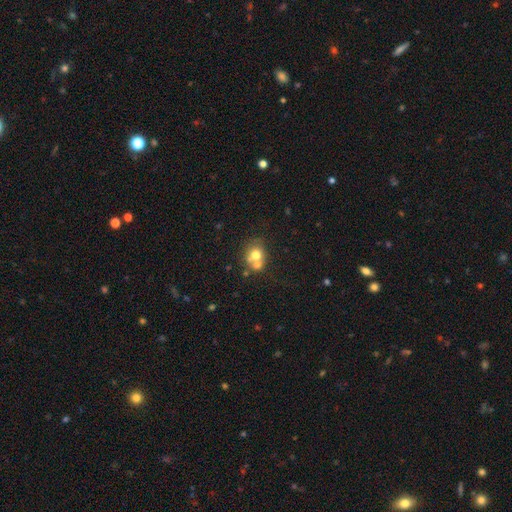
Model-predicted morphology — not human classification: Q: Smooth or featured?
A: smooth (67%); runner-up: featured or disk (22%)
Q: How rounded?
A: round (69%); runner-up: in between (30%)
Q: Merging?
A: merger (48%); runner-up: none (38%)